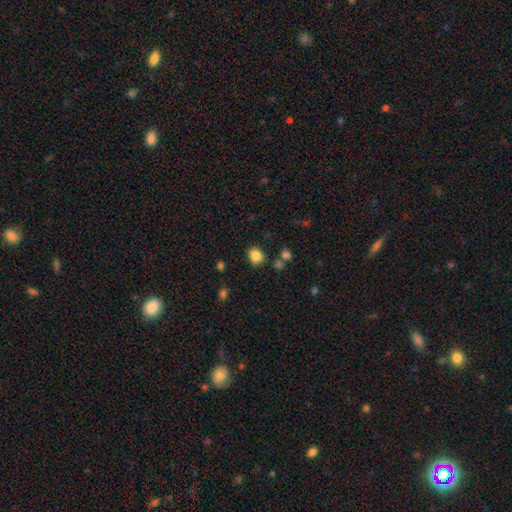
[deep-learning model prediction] smooth 85%, star or artifact 11%, featured or disk 5%. Down the decision tree: how rounded — round (54%); merging — none (79%).